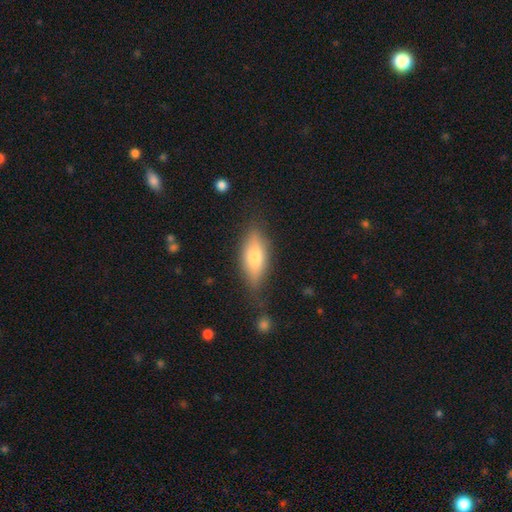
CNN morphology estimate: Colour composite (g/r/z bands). It shows a smooth galaxy with no disk features (63%) that is in between round and cigar-shaped (71%). Merging: none (76%).